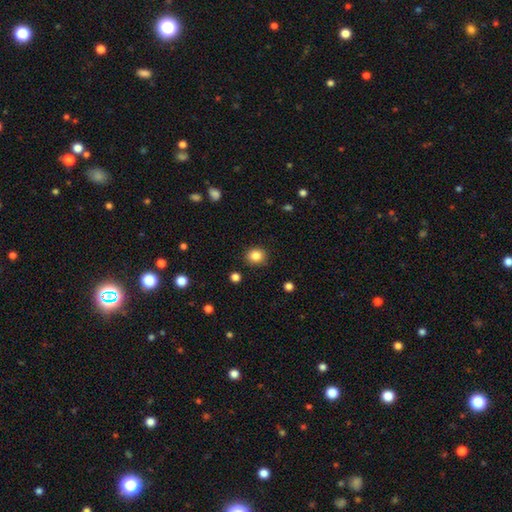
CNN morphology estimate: A smooth galaxy with no disk features (85%) that is round (80%).

Vote fractions:
- Smooth or featured? smooth: 85% / star or artifact: 11% / featured or disk: 4%
- How rounded? round: 80% / in between: 19% / cigar-shaped: 1%
- Merging? none: 89% / minor disturbance: 7% / major disturbance: 2% / merger: 1%